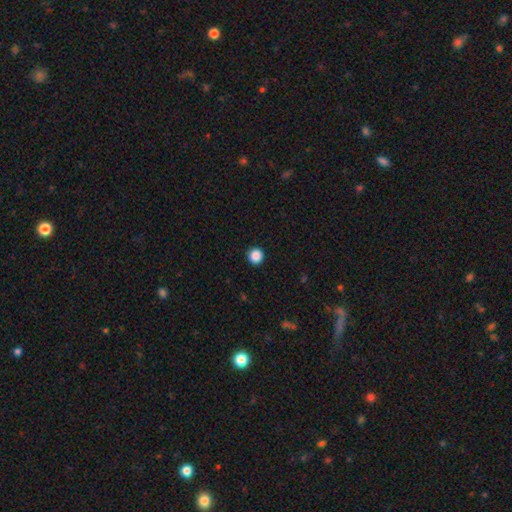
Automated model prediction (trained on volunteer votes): A smooth galaxy with no disk features (87%) that is round (95%).

Vote fractions:
- Smooth or featured? smooth: 87% / star or artifact: 10% / featured or disk: 3%
- How rounded? round: 95% / in between: 4% / cigar-shaped: 1%
- Merging? none: 93% / minor disturbance: 4% / major disturbance: 2% / merger: 1%